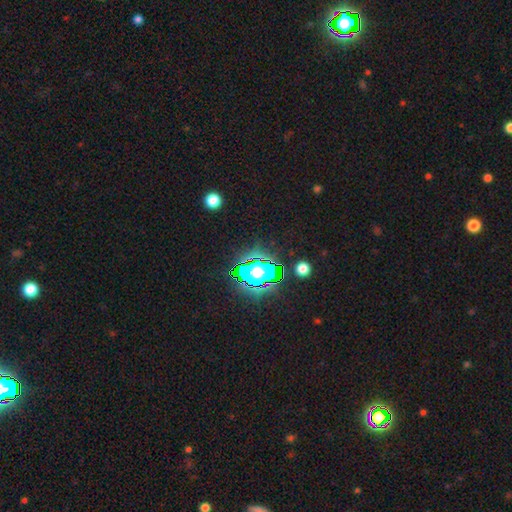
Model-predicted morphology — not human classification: type=star or artifact (81%).